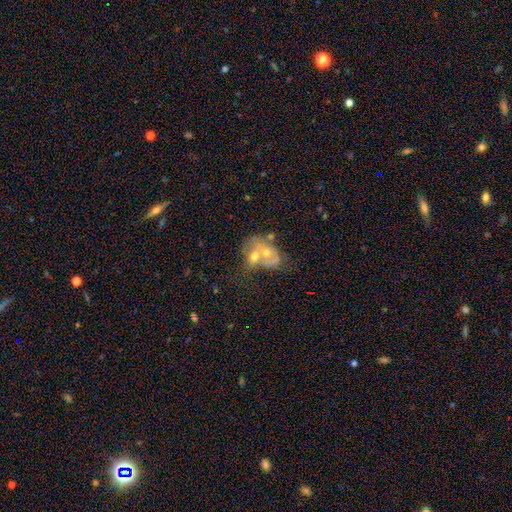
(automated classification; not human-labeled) A featured or disk galaxy (57%) with no bar (85%), no spiral arms (64%) and a moderate central bulge (62%). Merging: merger (62%).